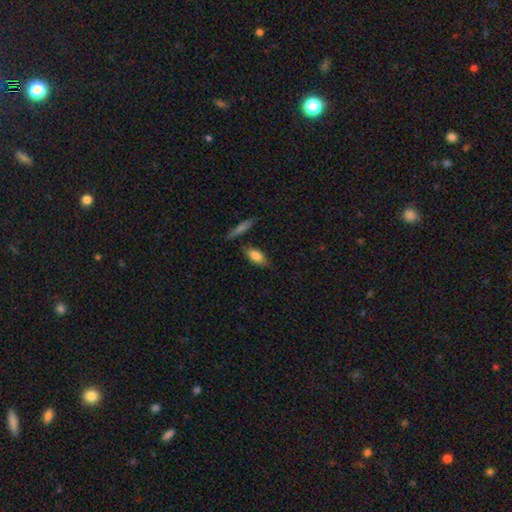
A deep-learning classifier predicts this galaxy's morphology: Smooth or featured?
  - smooth: 80% *
  - featured or disk: 14%
  - star or artifact: 7%
How rounded?
  - in between: 79% *
  - cigar-shaped: 17%
  - round: 3%
Merging?
  - none: 75% *
  - minor disturbance: 15%
  - merger: 6%
  - major disturbance: 3%